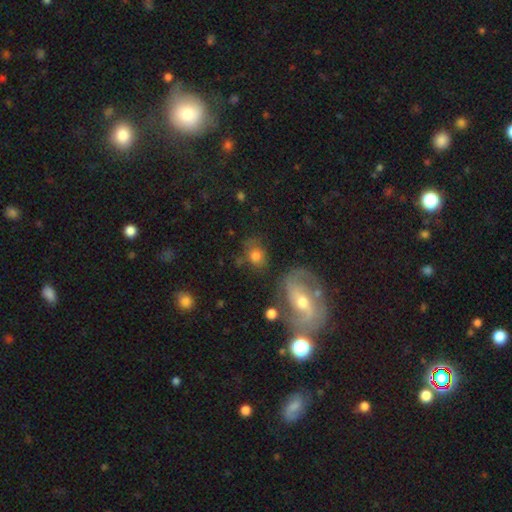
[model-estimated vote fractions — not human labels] Q: Smooth or featured?
A: smooth (62%); runner-up: featured or disk (24%)
Q: How rounded?
A: round (60%); runner-up: in between (38%)
Q: Merging?
A: none (58%); runner-up: minor disturbance (19%)